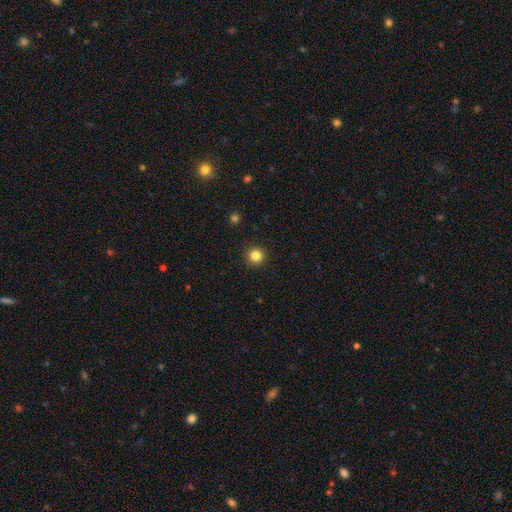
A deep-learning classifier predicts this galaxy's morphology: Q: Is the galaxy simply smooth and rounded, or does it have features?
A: smooth — 84%.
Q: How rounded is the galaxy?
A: round — 95%.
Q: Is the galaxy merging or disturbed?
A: none — 92%.